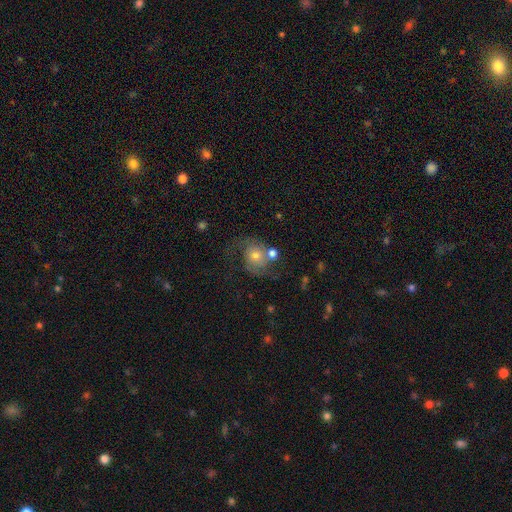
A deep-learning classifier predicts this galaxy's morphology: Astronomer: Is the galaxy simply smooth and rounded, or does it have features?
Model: featured or disk — 64%.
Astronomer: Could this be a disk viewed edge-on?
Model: no — 98%.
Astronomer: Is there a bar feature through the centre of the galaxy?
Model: no — 77%.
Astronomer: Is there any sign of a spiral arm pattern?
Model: yes — 89%.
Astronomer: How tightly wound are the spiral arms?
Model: loose — 43% (runner-up: medium, 42%).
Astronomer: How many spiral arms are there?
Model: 2 — 83%.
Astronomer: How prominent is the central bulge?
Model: moderate — 50% (runner-up: small, 39%).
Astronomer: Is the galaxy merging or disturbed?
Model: none — 49%.